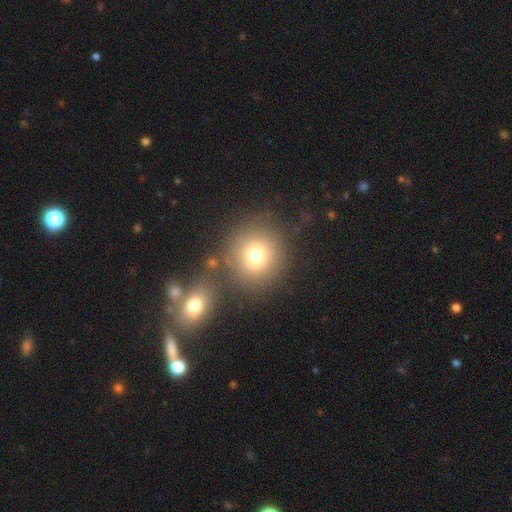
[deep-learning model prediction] A smooth galaxy with no disk features (75%) that is round (88%).

Vote fractions:
- Smooth or featured? smooth: 75% / star or artifact: 13% / featured or disk: 12%
- How rounded? round: 88% / in between: 11% / cigar-shaped: 1%
- Merging? none: 69% / merger: 15% / minor disturbance: 10% / major disturbance: 5%